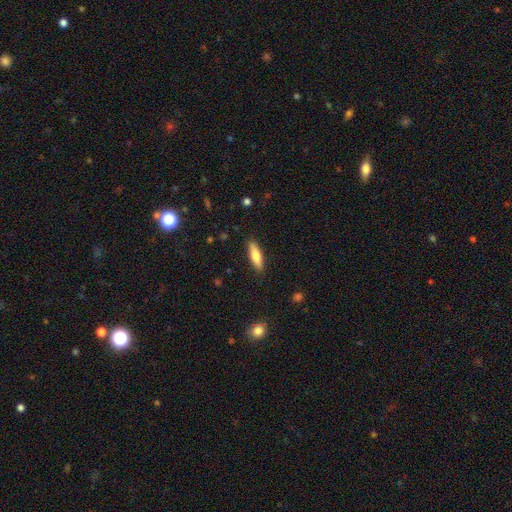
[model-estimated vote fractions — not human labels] smooth-or-featured: smooth: 68% | featured or disk: 26% | star or artifact: 6%
  how-rounded: cigar-shaped: 58% | in between: 40% | round: 2%
  merging: none: 88% | minor disturbance: 9% | major disturbance: 2% | merger: 1%